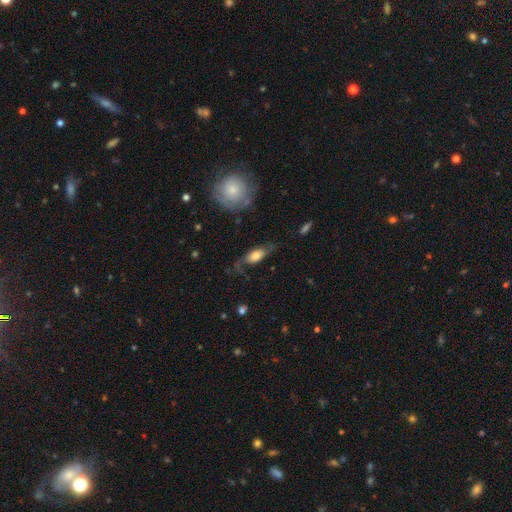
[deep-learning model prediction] Smooth or featured? featured or disk (48%)
Merging? none (54%)